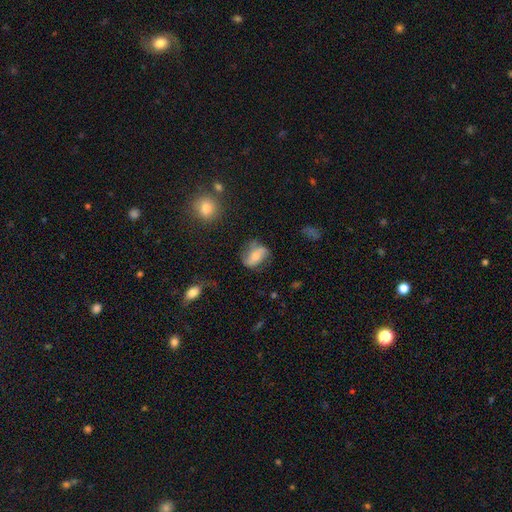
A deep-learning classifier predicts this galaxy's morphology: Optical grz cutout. It shows a featured or disk galaxy (52%). Merging: none (61%).